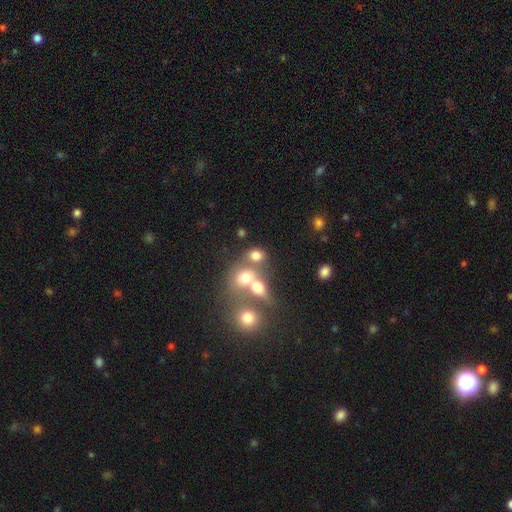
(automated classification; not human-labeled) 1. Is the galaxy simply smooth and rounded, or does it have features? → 71% smooth, 15% star or artifact, 14% featured or disk.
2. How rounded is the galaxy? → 59% round, 40% in between, 2% cigar-shaped.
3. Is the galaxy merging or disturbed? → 43% merger, 41% none, 9% minor disturbance, 7% major disturbance.